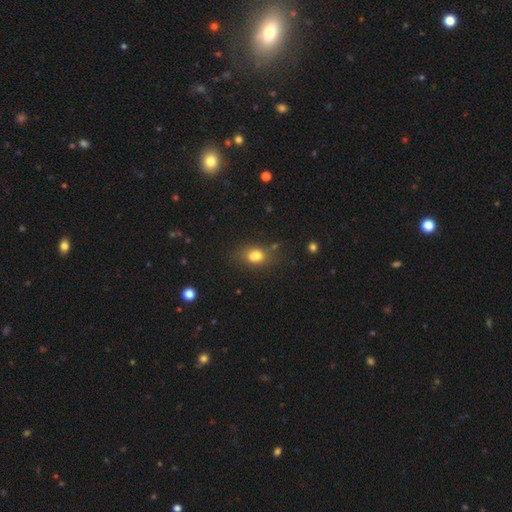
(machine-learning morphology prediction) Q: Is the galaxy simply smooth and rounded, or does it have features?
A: smooth — 79%.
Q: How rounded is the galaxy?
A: in between — 69%.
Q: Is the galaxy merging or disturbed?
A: none — 65%.